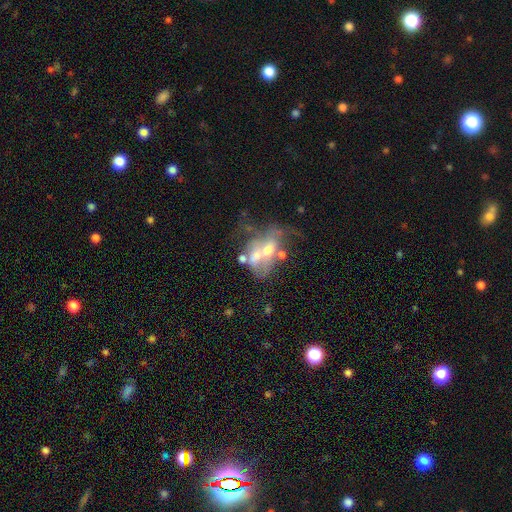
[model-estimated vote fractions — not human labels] Smooth or featured? Predicted: featured or disk (p=0.56). Edge-on disk? Predicted: no (p=0.94). Bar? Predicted: no (p=0.79). Spiral arms? Predicted: no (p=0.83). Bulge size? Predicted: moderate (p=0.53). Merging? Predicted: merger (p=0.50).